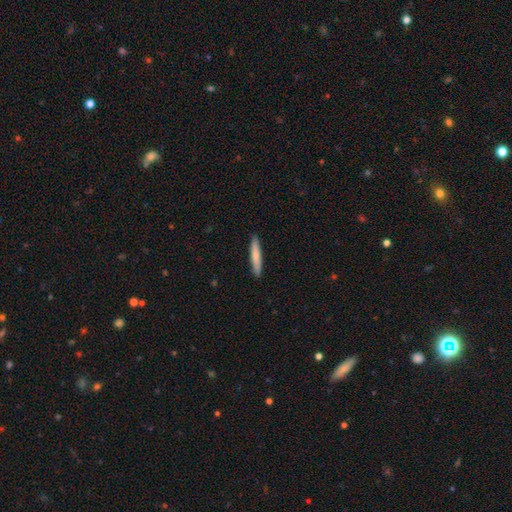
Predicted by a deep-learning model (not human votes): The model was most divided on "smooth or featured": smooth: 75%, featured or disk: 19%, star or artifact: 5%. More confident: how rounded — cigar-shaped (93%); merging — none (91%).